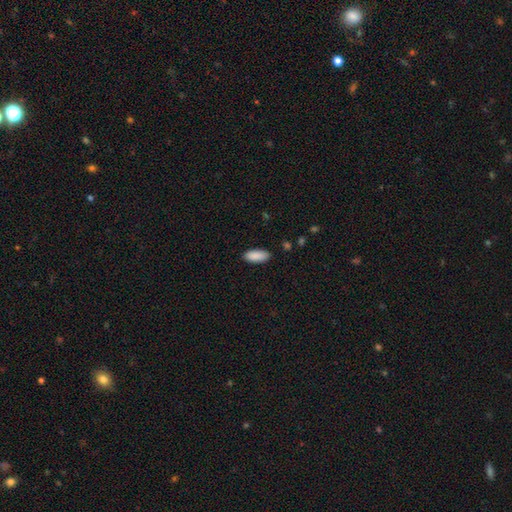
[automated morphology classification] This appears to be a smooth galaxy with no disk features (90%) that is in between round and cigar-shaped (82%). Merging: none (88%).